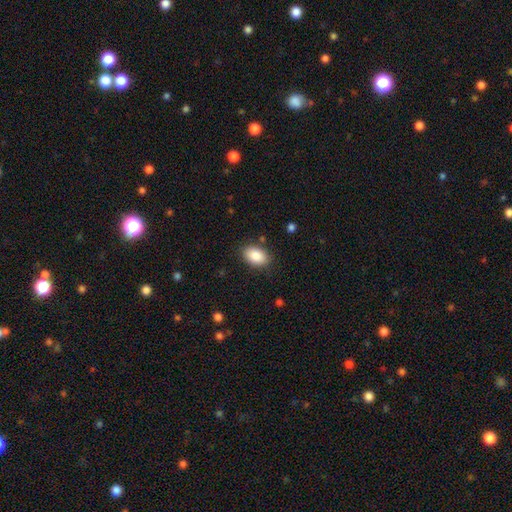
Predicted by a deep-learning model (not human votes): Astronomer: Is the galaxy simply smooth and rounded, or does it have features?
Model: smooth — 88%.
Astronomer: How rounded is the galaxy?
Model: in between — 90%.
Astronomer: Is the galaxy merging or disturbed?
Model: none — 86%.